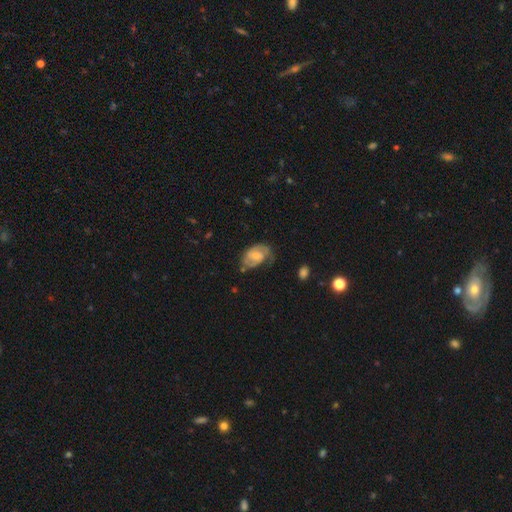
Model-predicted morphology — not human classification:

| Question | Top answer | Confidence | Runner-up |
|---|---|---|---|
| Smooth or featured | featured or disk | 73% | smooth (21%) |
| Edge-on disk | no | 97% | yes (3%) |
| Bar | weak | 47% | no (41%) |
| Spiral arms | yes | 92% | no (8%) |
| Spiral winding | medium | 45% | tight (40%) |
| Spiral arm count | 2 | 76% | can't tell (11%) |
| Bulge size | small | 46% | moderate (28%) |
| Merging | none | 57% | minor disturbance (26%) |